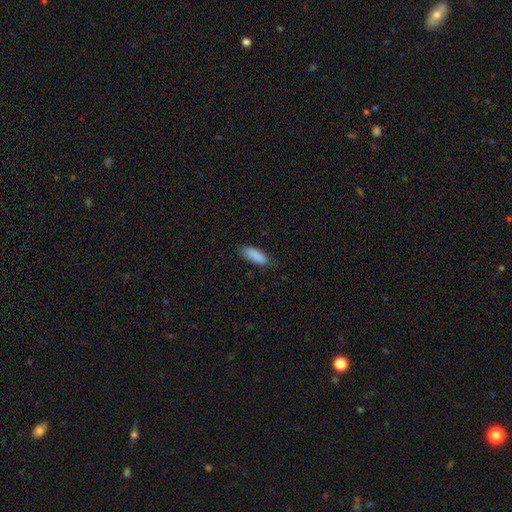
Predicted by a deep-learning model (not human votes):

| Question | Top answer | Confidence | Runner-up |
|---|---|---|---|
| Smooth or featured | smooth | 89% | star or artifact (6%) |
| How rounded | in between | 64% | cigar-shaped (35%) |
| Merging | none | 75% | minor disturbance (20%) |